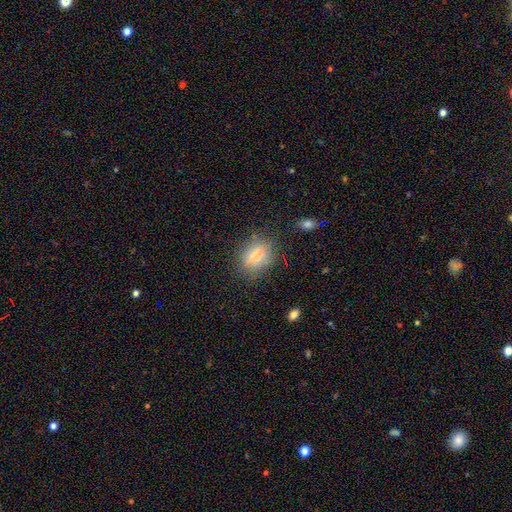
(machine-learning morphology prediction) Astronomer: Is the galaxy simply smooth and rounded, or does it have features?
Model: smooth — 72%.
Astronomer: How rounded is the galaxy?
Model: in between — 63%.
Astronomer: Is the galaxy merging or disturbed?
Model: none — 74%.